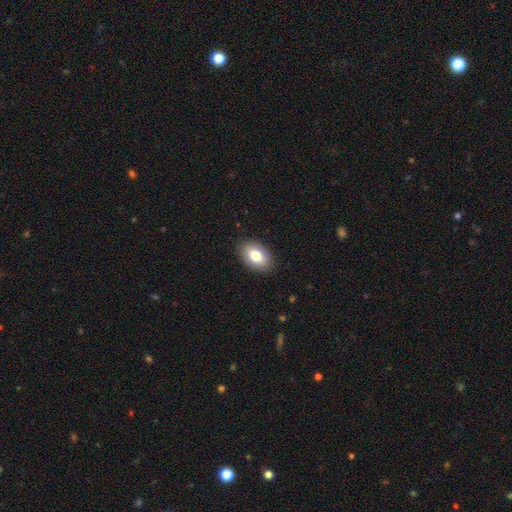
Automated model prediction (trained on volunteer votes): Smooth or featured? Predicted: smooth (p=0.78). How rounded? Predicted: in between (p=0.89). Merging? Predicted: none (p=0.89).